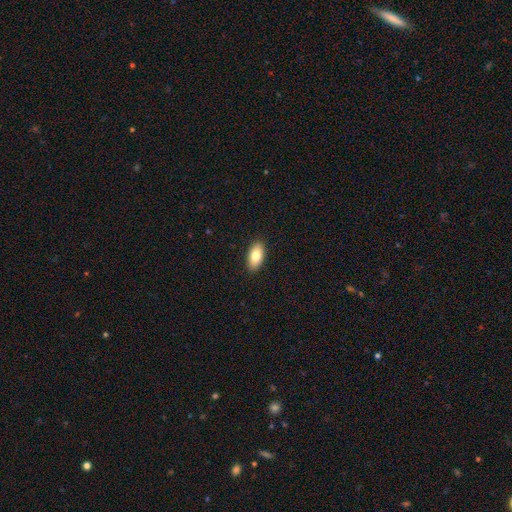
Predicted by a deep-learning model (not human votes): smooth 81%, featured or disk 13%, star or artifact 7%. Down the decision tree: how rounded — in between (92%); merging — none (90%).